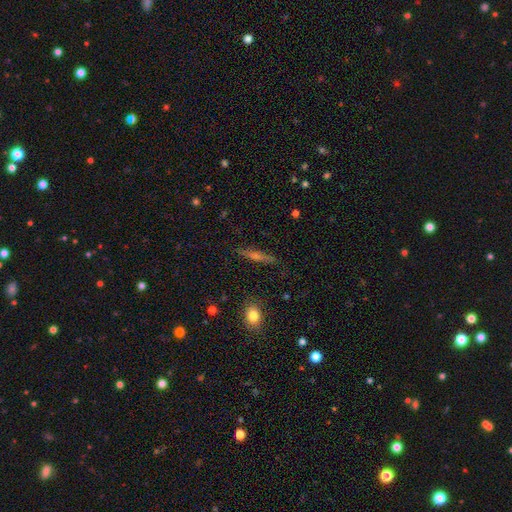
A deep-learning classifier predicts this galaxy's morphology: type=featured or disk (53%); edge-on=yes (94%); merging=none (88%).